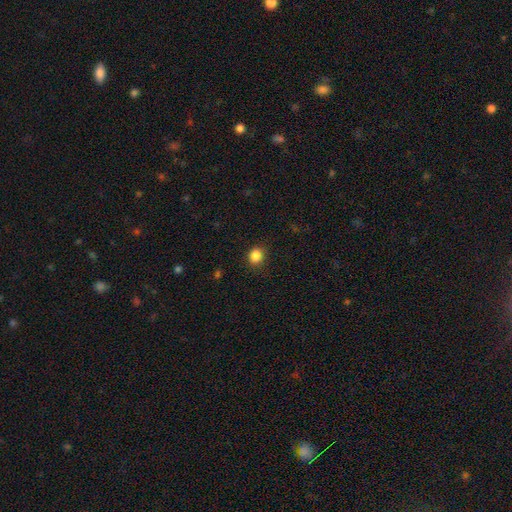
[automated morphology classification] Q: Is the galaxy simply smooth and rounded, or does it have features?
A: smooth — 85%.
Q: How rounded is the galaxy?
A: round — 74%.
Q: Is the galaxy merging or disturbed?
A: none — 88%.